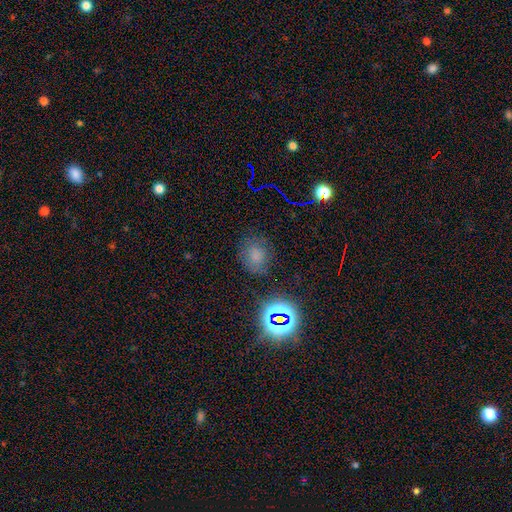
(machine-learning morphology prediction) Smooth or featured: smooth — 63% (star or artifact — 28%)
How rounded: round — 61% (in between — 37%)
Merging: none — 75% (minor disturbance — 17%)